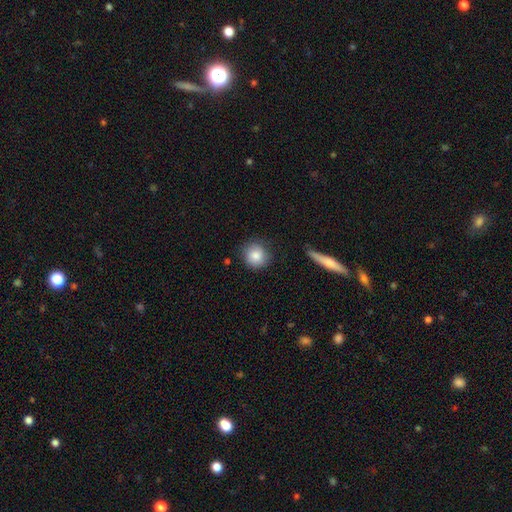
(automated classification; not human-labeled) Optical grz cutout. It shows a smooth galaxy with no disk features (84%) that is round (90%). Merging: none (82%).